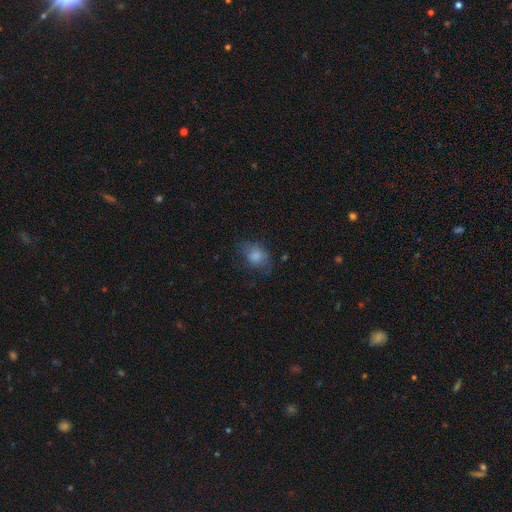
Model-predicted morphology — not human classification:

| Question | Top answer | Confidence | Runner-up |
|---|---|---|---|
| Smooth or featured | smooth | 75% | featured or disk (15%) |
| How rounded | in between | 72% | round (27%) |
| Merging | none | 55% | minor disturbance (26%) |